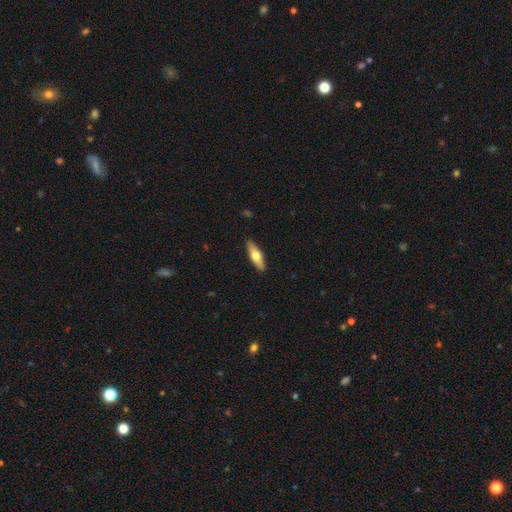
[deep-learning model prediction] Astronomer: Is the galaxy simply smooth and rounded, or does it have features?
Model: smooth — 59% (runner-up: featured or disk, 35%).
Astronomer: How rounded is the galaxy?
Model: cigar-shaped — 52% (runner-up: in between, 45%).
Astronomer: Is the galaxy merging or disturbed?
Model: none — 90%.